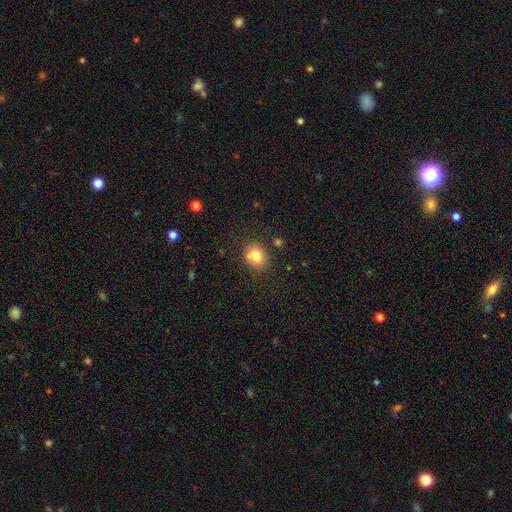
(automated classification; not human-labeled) Smooth or featured?
  - smooth: 78% *
  - star or artifact: 11%
  - featured or disk: 11%
How rounded?
  - round: 57% *
  - in between: 43%
  - cigar-shaped: 1%
Merging?
  - none: 75% *
  - minor disturbance: 14%
  - merger: 8%
  - major disturbance: 3%